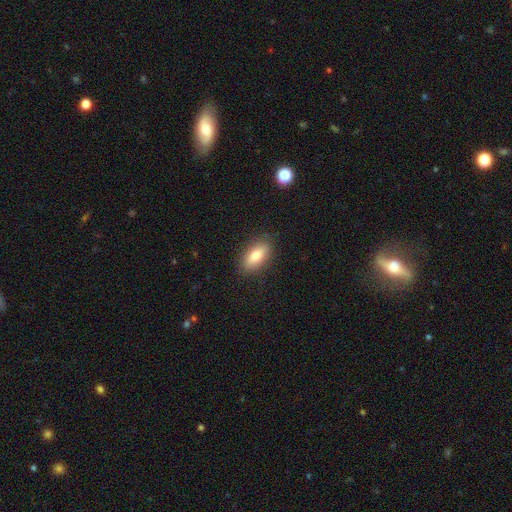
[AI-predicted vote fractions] Smooth or featured? smooth (79%)
How rounded? in between (83%)
Merging? none (86%)